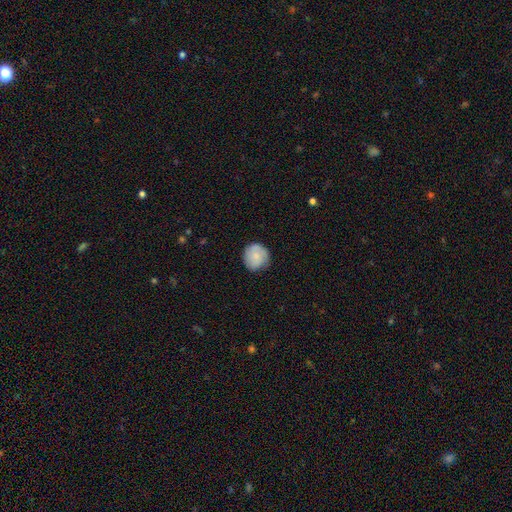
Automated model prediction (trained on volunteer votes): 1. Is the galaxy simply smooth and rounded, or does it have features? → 74% smooth, 20% featured or disk, 6% star or artifact.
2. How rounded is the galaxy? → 90% round, 9% in between, 1% cigar-shaped.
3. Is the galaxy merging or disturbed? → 79% none, 16% minor disturbance, 4% major disturbance, 1% merger.